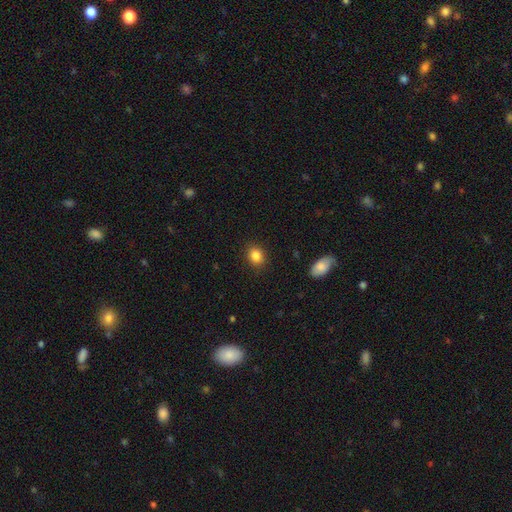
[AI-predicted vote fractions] smooth-or-featured: smooth: 85% | star or artifact: 10% | featured or disk: 5%
  how-rounded: round: 53% | in between: 46% | cigar-shaped: 1%
  merging: none: 88% | minor disturbance: 8% | major disturbance: 2% | merger: 1%